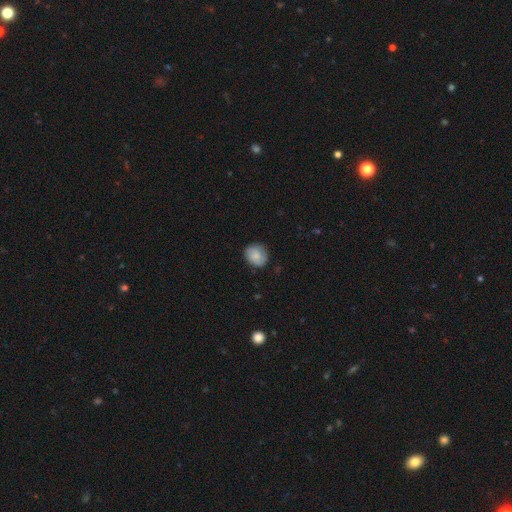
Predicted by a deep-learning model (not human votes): smooth_or_featured: smooth (p=0.78) [alt: featured or disk p=0.15]
how_rounded: round (p=0.75) [alt: in between p=0.24]
merging: none (p=0.78) [alt: minor disturbance p=0.17]